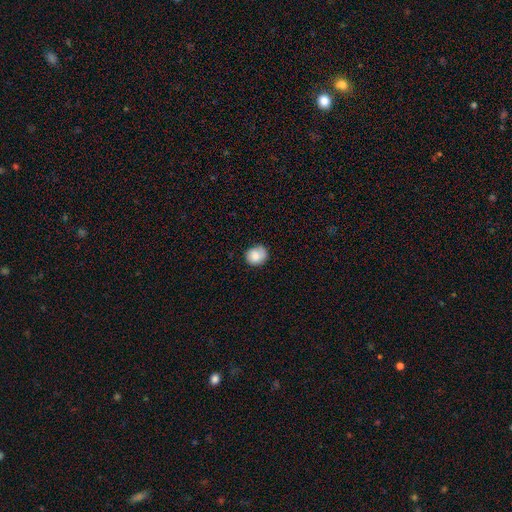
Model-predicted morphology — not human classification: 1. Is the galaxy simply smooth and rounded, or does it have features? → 82% smooth, 10% featured or disk, 8% star or artifact.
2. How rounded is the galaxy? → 76% round, 23% in between, 1% cigar-shaped.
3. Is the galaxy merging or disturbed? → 74% none, 21% minor disturbance, 4% major disturbance, 1% merger.